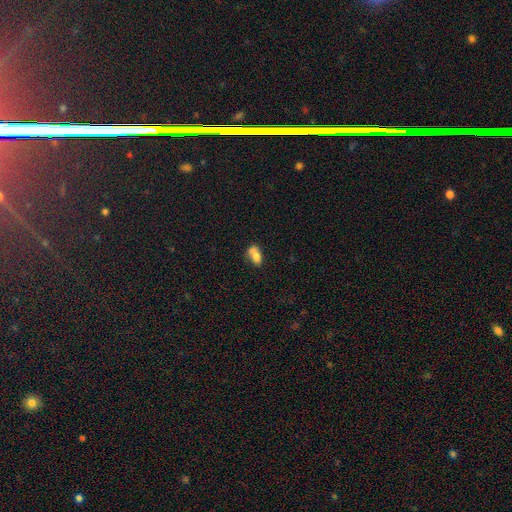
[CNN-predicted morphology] smooth 72%, featured or disk 19%, star or artifact 9%. Down the decision tree: how rounded — in between (80%); merging — merger (49%).